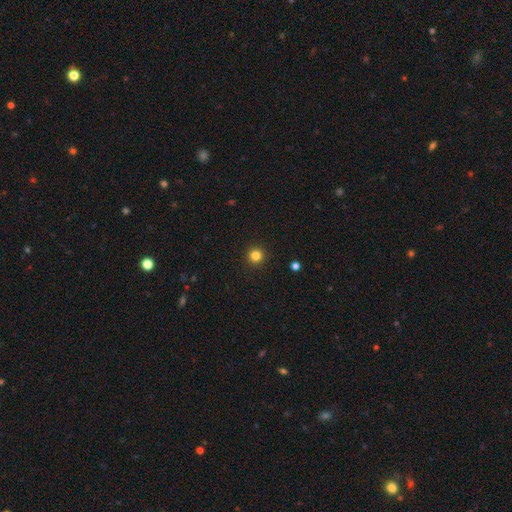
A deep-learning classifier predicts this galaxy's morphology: smooth_or_featured: smooth (p=0.83) [alt: star or artifact p=0.13]
how_rounded: round (p=0.96) [alt: in between p=0.03]
merging: none (p=0.94) [alt: minor disturbance p=0.04]